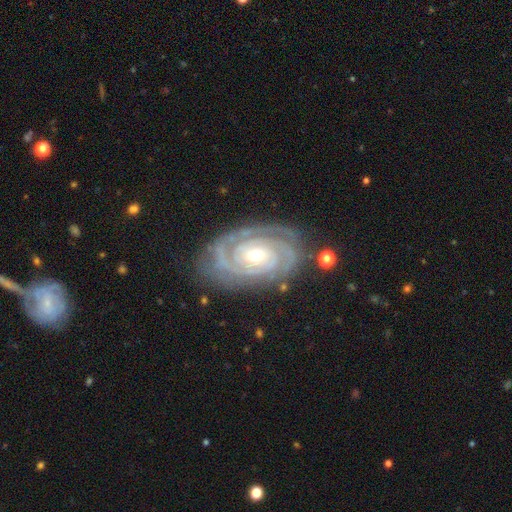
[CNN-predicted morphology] A featured or disk galaxy (92%) with no bar (70%), 2 (58%) tight (84%) spiral arms (98%) and a moderate central bulge (49%). Merging: none (80%).